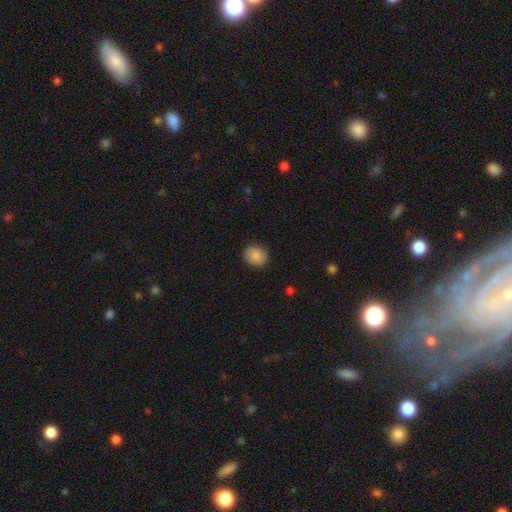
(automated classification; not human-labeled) smooth_or_featured: smooth (p=0.87) [alt: star or artifact p=0.08]
how_rounded: round (p=0.70) [alt: in between p=0.29]
merging: none (p=0.85) [alt: minor disturbance p=0.11]